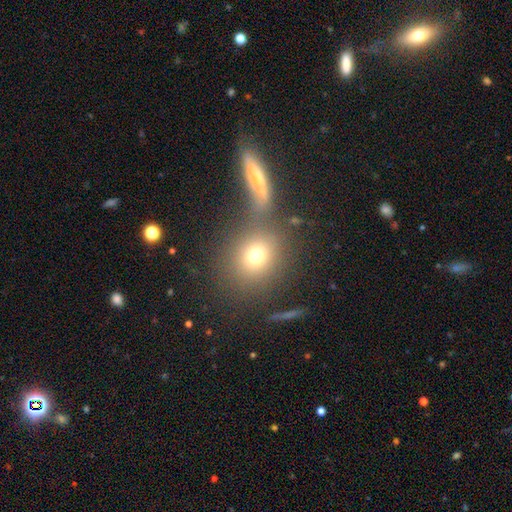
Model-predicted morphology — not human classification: Overall: smooth (72%). How rounded: round (75%). Merging: none (66%).